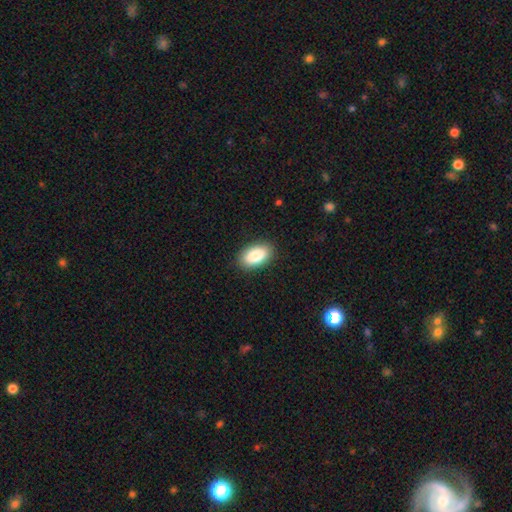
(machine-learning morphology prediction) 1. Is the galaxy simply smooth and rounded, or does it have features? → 86% smooth, 7% star or artifact, 7% featured or disk.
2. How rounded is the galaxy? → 94% in between, 4% round, 2% cigar-shaped.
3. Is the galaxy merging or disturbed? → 89% none, 8% minor disturbance, 2% major disturbance, 1% merger.